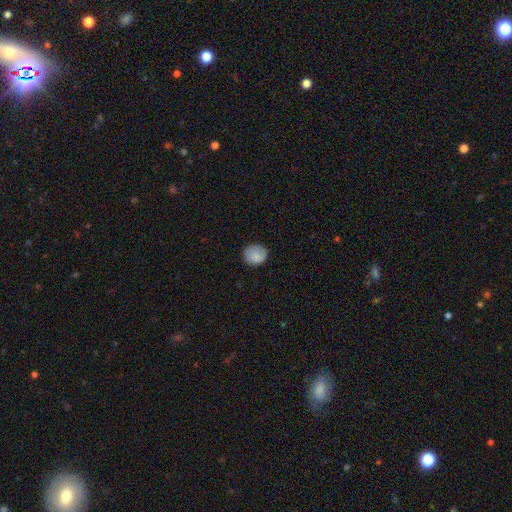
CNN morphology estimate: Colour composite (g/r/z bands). It shows a smooth galaxy with no disk features (83%) that is round (77%). Merging: none (80%).